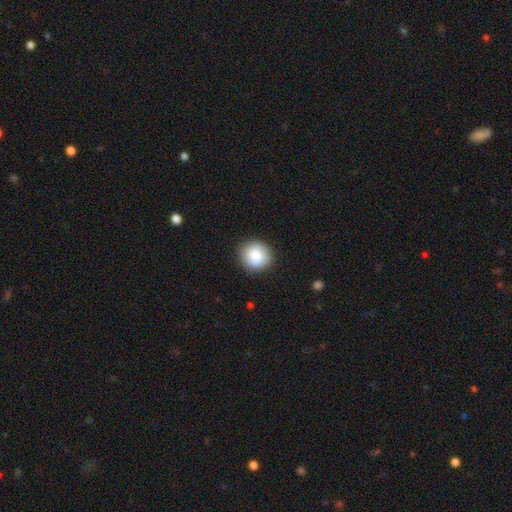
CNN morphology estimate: This is clearly a smooth galaxy (85%). How rounded: clearly round (89%). Merging: clearly none (88%).